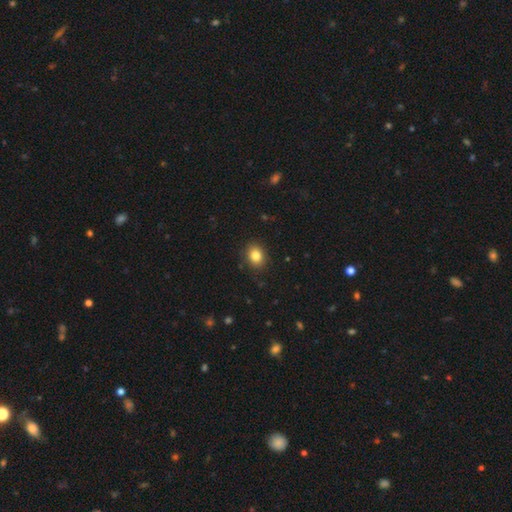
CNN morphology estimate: The model was most divided on "how rounded": round: 54%, in between: 45%, cigar-shaped: 1%. More confident: merging — none (89%); smooth or featured — smooth (84%).